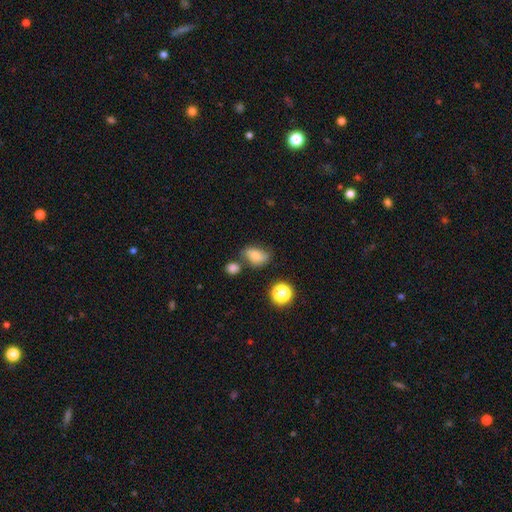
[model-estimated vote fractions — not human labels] smooth 74%, featured or disk 14%, star or artifact 13%. Down the decision tree: how rounded — in between (79%); merging — none (54%).